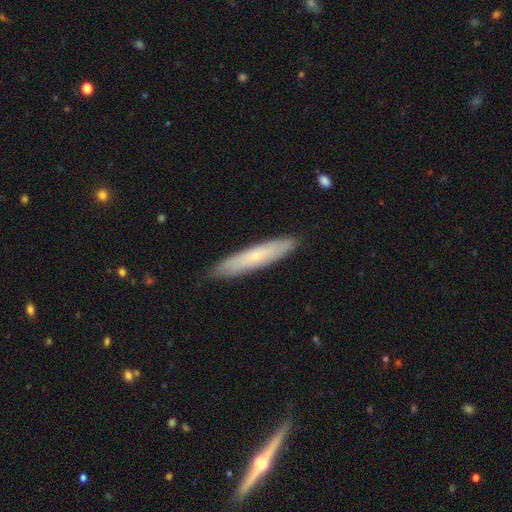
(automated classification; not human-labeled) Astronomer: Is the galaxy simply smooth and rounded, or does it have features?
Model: smooth — 58% (runner-up: featured or disk, 36%).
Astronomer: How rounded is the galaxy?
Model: cigar-shaped — 89%.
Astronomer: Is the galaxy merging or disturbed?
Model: none — 83%.